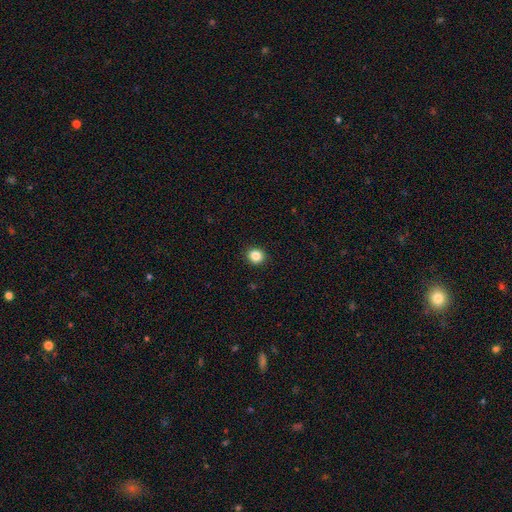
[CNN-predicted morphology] This appears to be a smooth galaxy with no disk features (85%) that is round (85%). Merging: none (92%).